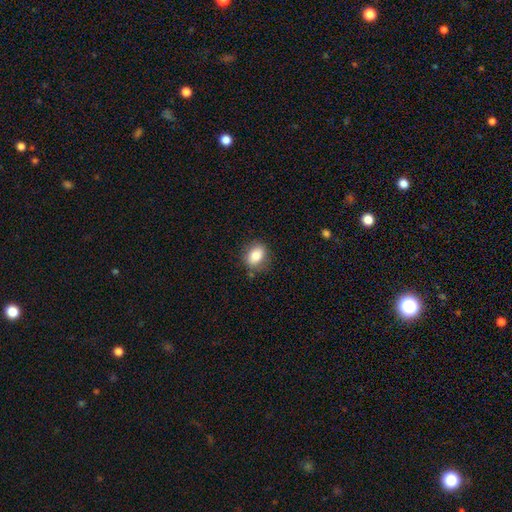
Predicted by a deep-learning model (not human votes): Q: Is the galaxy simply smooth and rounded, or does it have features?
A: smooth — 83%.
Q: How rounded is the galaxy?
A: in between — 62%.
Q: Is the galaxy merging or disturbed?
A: none — 81%.